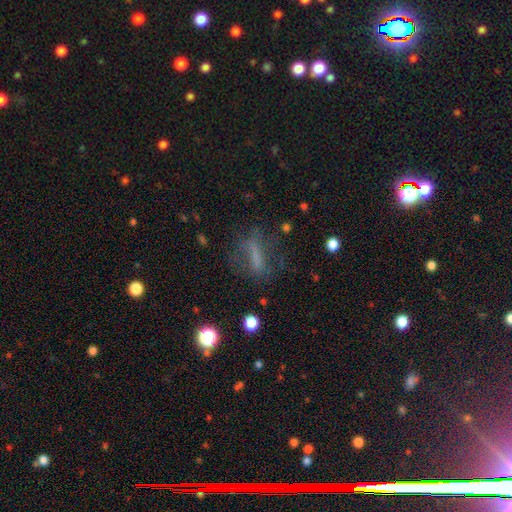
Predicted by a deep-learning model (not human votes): A smooth galaxy with no disk features (49%). Merging: none (57%).